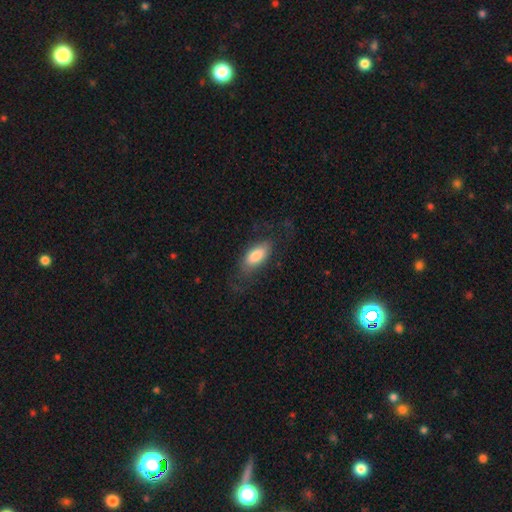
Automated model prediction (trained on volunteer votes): Smooth or featured: smooth — 72% (featured or disk — 22%)
How rounded: in between — 86% (cigar-shaped — 11%)
Merging: none — 62% (minor disturbance — 19%)